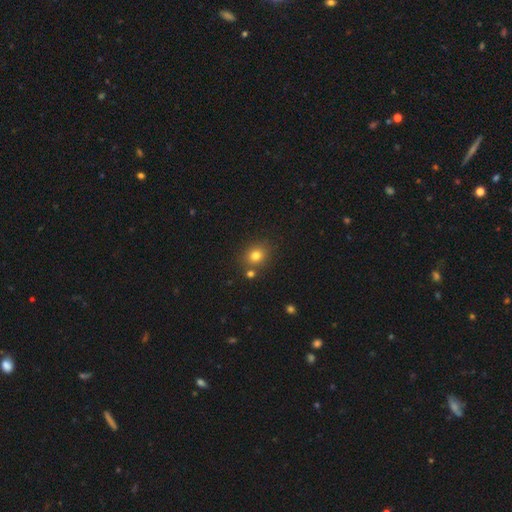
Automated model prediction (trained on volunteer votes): Morphology: type=smooth (78%); roundness=round (73%); merging=none (77%).